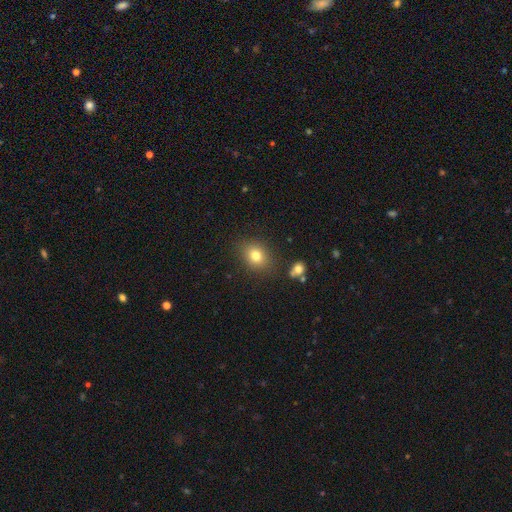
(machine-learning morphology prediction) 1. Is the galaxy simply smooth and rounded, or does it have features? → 78% smooth, 12% star or artifact, 10% featured or disk.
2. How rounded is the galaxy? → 51% round, 48% in between, 1% cigar-shaped.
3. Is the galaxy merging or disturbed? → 82% none, 11% minor disturbance, 3% major disturbance, 3% merger.